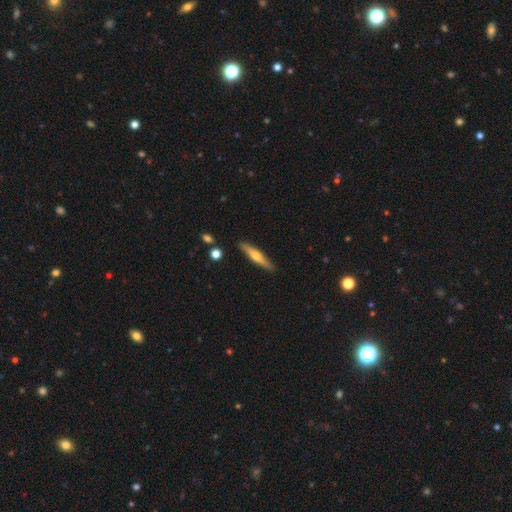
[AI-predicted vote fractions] Morphology: type=featured or disk (51%); edge-on=yes (93%); merging=none (89%).